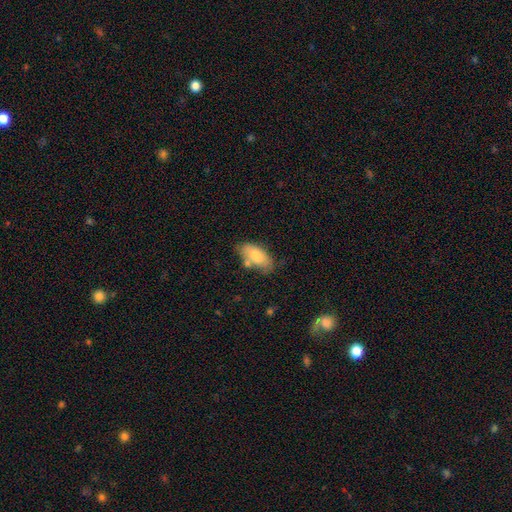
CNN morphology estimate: This appears to be a smooth galaxy with no disk features (77%) that is in between round and cigar-shaped (91%). Merging: none (54%).